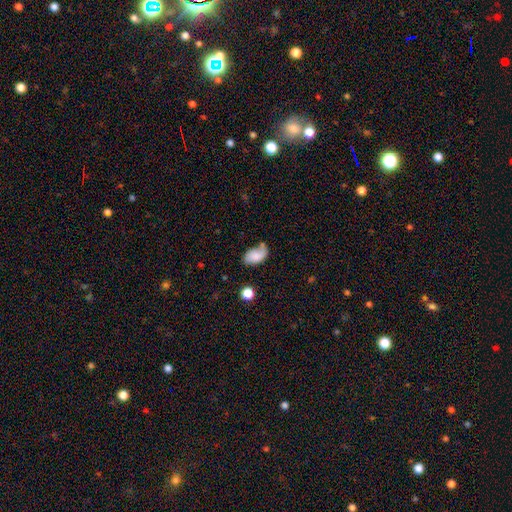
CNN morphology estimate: Smooth or featured?
  - smooth: 71% *
  - featured or disk: 20%
  - star or artifact: 9%
How rounded?
  - in between: 91% *
  - round: 7%
  - cigar-shaped: 2%
Merging?
  - none: 47% *
  - minor disturbance: 31%
  - major disturbance: 13%
  - merger: 9%